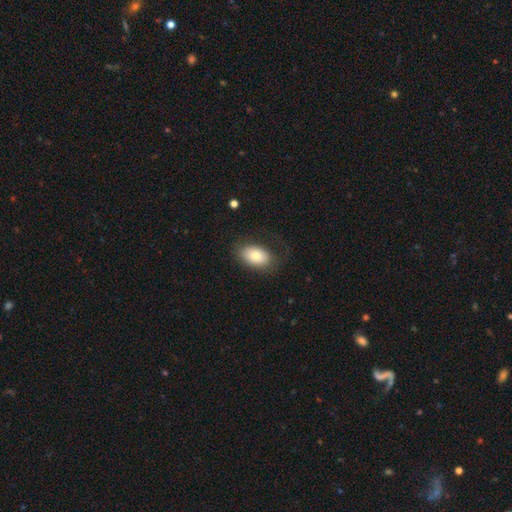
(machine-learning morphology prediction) Smooth or featured? Predicted: smooth (p=0.77). How rounded? Predicted: in between (p=0.89). Merging? Predicted: none (p=0.73).